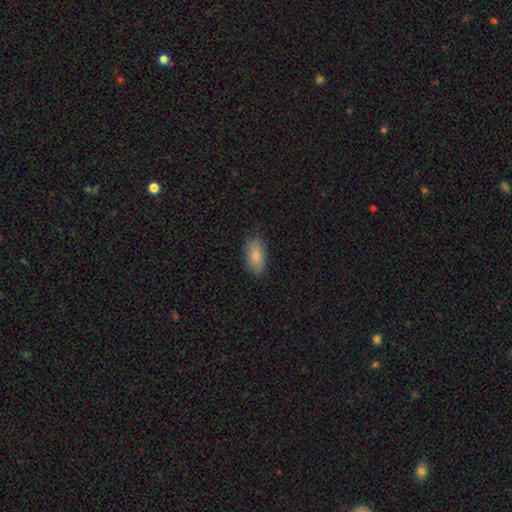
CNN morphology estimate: A smooth galaxy with no disk features (84%) that is in between round and cigar-shaped (91%). Merging: none (83%).